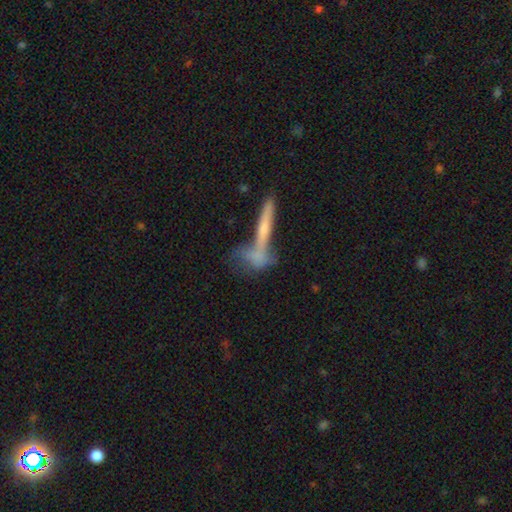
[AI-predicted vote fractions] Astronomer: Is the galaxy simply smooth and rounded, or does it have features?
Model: smooth — 54% (runner-up: featured or disk, 36%).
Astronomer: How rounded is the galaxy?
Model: cigar-shaped — 66%.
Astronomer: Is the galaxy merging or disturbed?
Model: none — 38% (runner-up: merger, 36%).